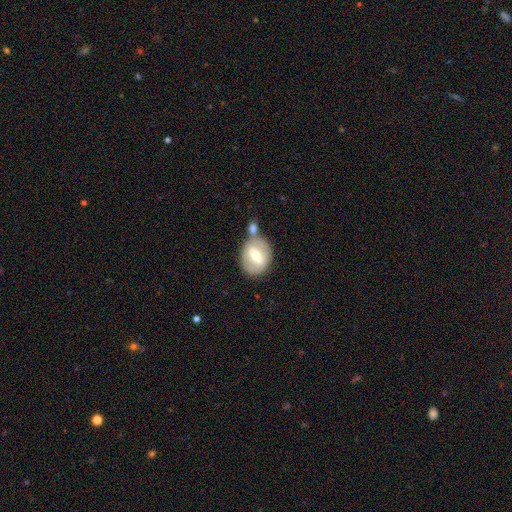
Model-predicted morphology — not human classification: type=featured or disk (49%); merging=none (47%).